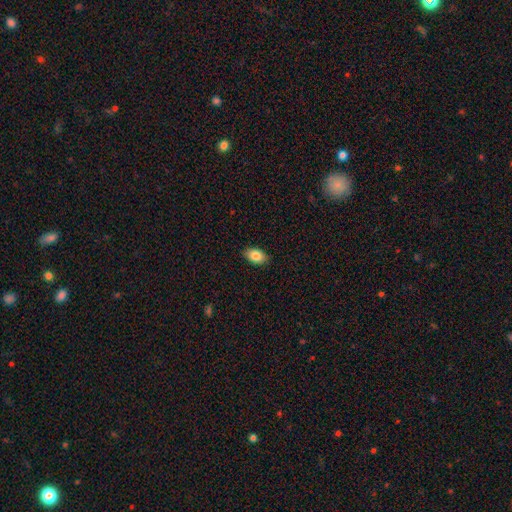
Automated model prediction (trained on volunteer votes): smooth-or-featured: smooth: 85% | featured or disk: 8% | star or artifact: 7%
  how-rounded: in between: 90% | round: 8% | cigar-shaped: 2%
  merging: none: 88% | minor disturbance: 10% | major disturbance: 2% | merger: 1%